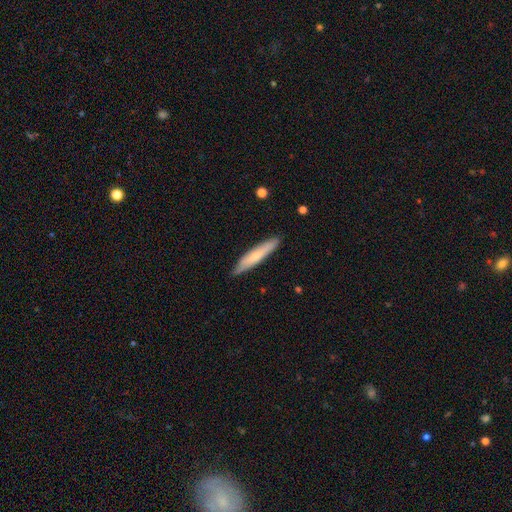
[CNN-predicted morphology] Smooth or featured?
  - smooth: 62% *
  - featured or disk: 33%
  - star or artifact: 6%
How rounded?
  - cigar-shaped: 89% *
  - in between: 10%
  - round: 1%
Merging?
  - none: 85% *
  - minor disturbance: 12%
  - major disturbance: 2%
  - merger: 1%